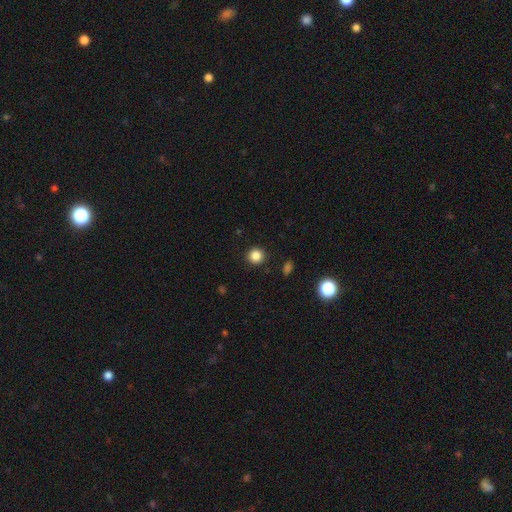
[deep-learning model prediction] Overall: smooth (85%). How rounded: round (94%). Merging: none (92%).